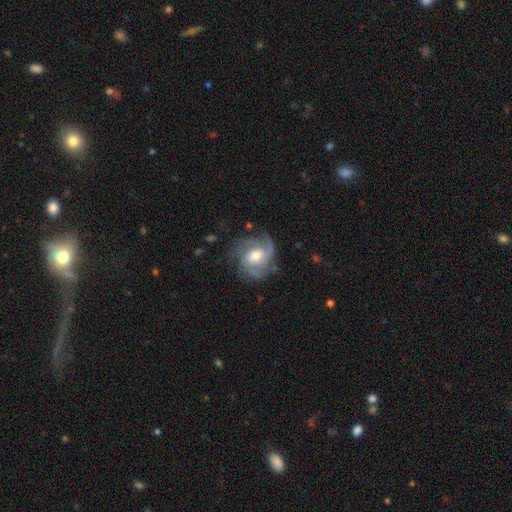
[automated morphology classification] Smooth or featured: featured or disk — 85% (smooth — 10%)
Edge-on disk: no — 98% (yes — 2%)
Bar: no — 65% (weak — 29%)
Spiral arms: yes — 96% (no — 4%)
Spiral winding: medium — 45% (tight — 43%)
Spiral arm count: 3 — 44% (2 — 24%)
Bulge size: moderate — 69% (small — 21%)
Merging: none — 69% (minor disturbance — 20%)